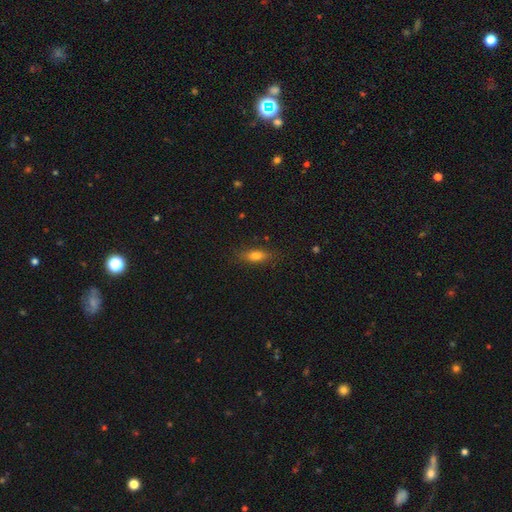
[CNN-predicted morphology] Smooth or featured? smooth (76%)
How rounded? in between (69%)
Merging? none (81%)